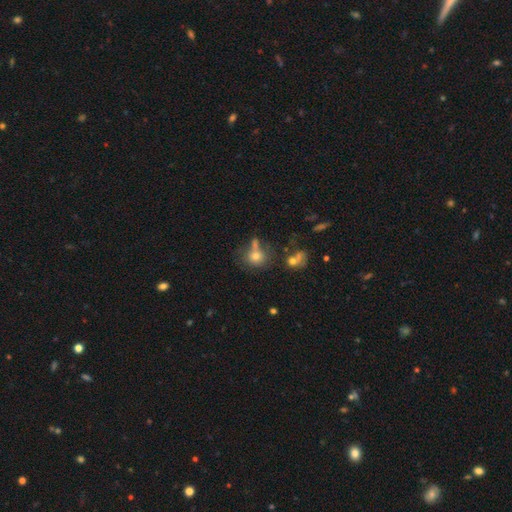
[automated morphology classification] smooth 69%, star or artifact 16%, featured or disk 15%. Down the decision tree: how rounded — round (69%); merging — none (48%).